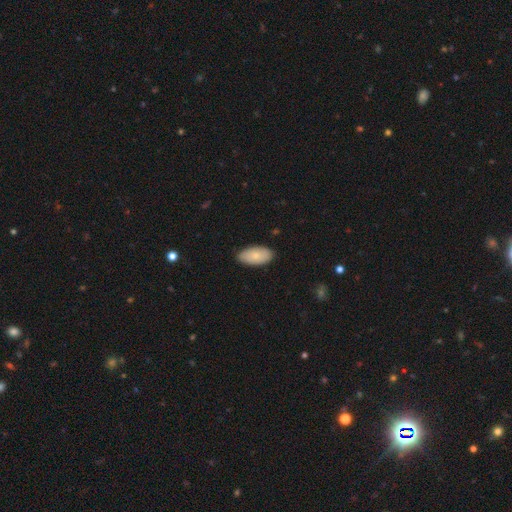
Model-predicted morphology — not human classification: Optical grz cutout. It shows a smooth galaxy with no disk features (79%) that is in between round and cigar-shaped (95%). Merging: none (86%).